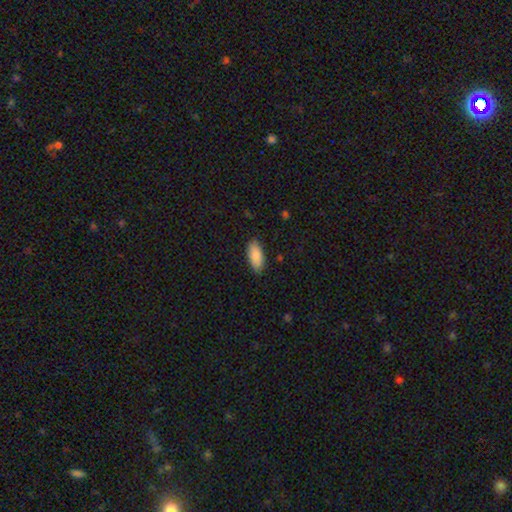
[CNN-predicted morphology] Smooth or featured? Predicted: smooth (p=0.89). How rounded? Predicted: in between (p=0.87). Merging? Predicted: none (p=0.85).